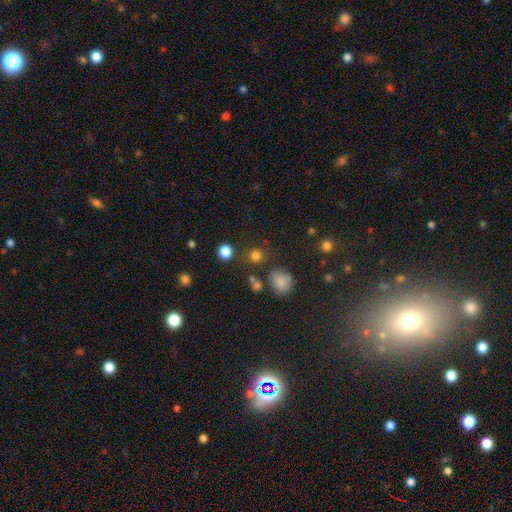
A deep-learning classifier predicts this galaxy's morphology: This appears to be a smooth galaxy with no disk features (79%) that is round (86%). Merging: none (78%).